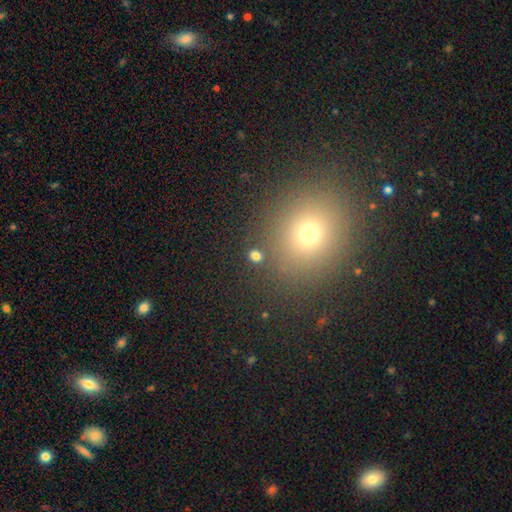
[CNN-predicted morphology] smooth 75%, star or artifact 18%, featured or disk 6%. Down the decision tree: how rounded — round (74%); merging — none (83%).